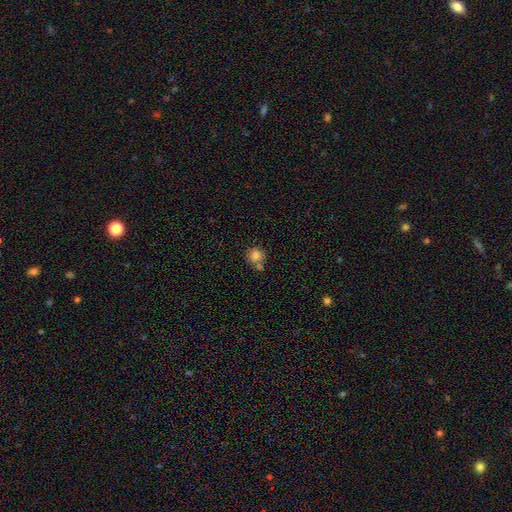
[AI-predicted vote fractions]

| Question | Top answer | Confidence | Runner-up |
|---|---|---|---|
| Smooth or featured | smooth | 81% | star or artifact (10%) |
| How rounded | round | 90% | in between (9%) |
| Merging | none | 61% | merger (25%) |